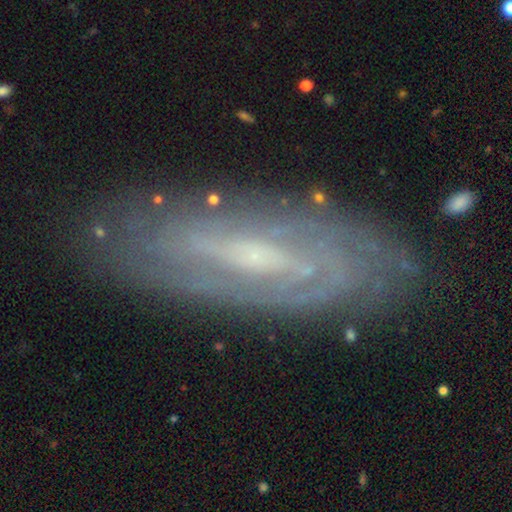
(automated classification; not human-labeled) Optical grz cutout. It shows a featured or disk galaxy (77%) with a weak bar (46%), spiral arms (82%) and a small central bulge (60%). Merging: none (83%).